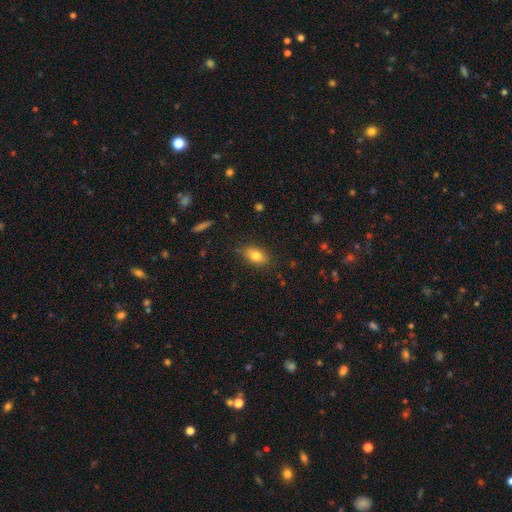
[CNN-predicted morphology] A smooth galaxy with no disk features (80%) that is in between round and cigar-shaped (85%). Merging: none (83%).